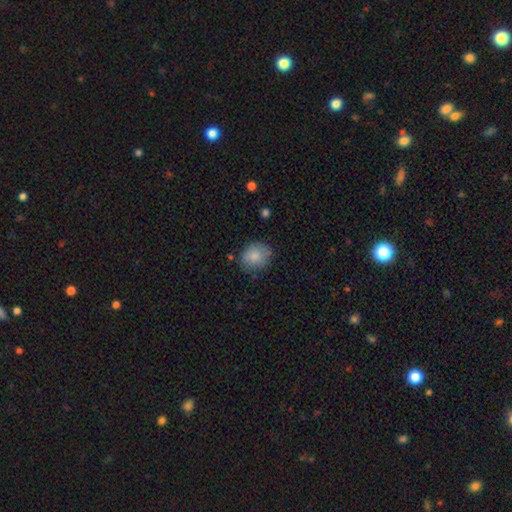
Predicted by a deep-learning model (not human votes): Smooth or featured? smooth (84%)
How rounded? round (62%)
Merging? none (75%)